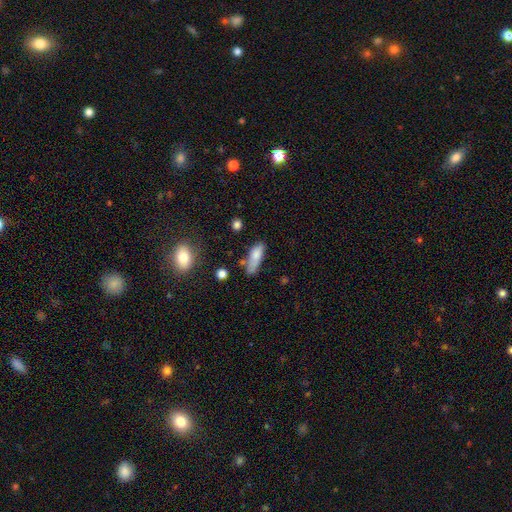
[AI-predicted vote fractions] A smooth galaxy with no disk features (77%) that is in between round and cigar-shaped (59%). Merging: none (47%).